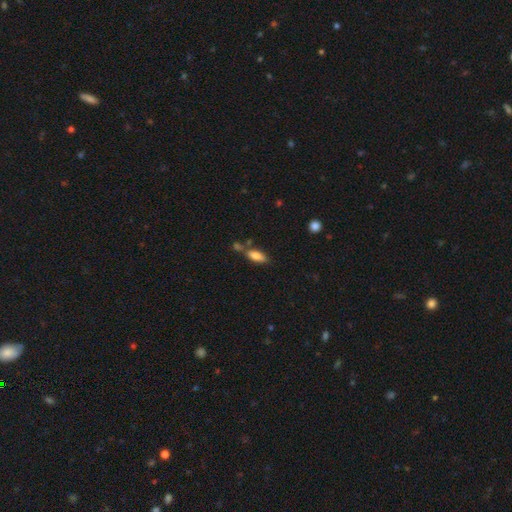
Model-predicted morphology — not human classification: type=smooth (79%); roundness=in between (76%); merging=none (55%).